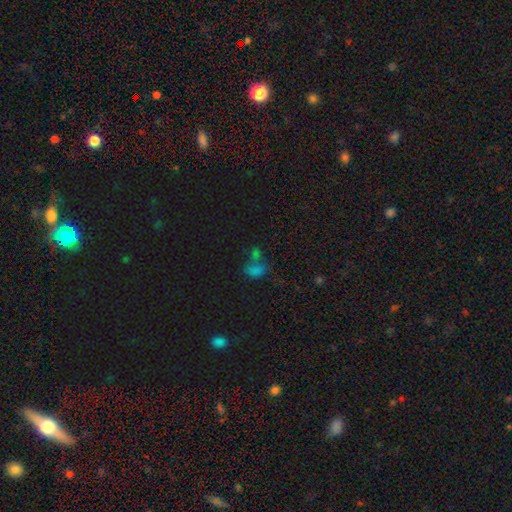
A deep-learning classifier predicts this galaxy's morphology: The model was most divided on "merging": none: 40%, merger: 39%, minor disturbance: 13%, major disturbance: 9%. More confident: how rounded — in between (68%); smooth or featured — smooth (51%).